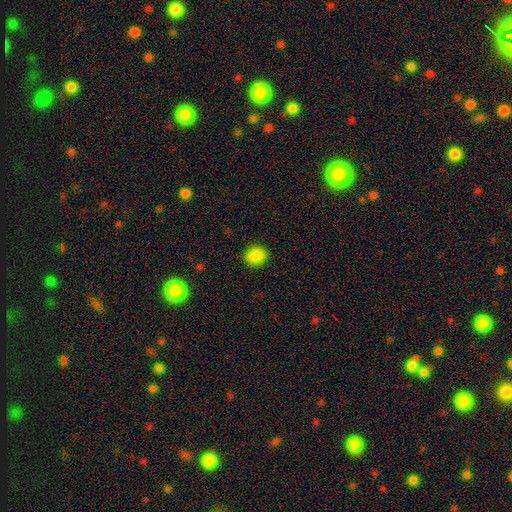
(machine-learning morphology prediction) Smooth or featured: smooth — 87% (star or artifact — 10%)
How rounded: round — 65% (in between — 34%)
Merging: none — 88% (minor disturbance — 8%)